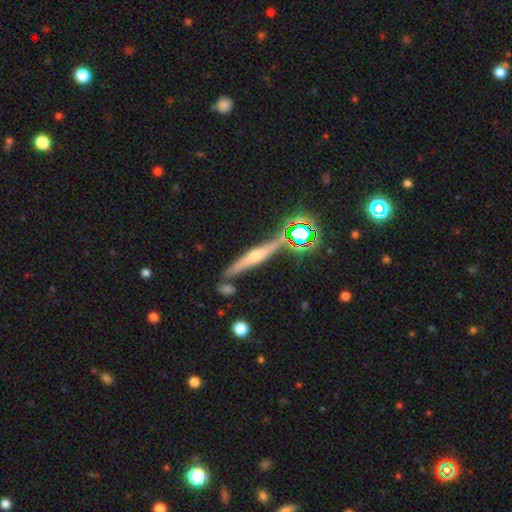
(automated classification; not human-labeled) smooth_or_featured: featured or disk (p=0.60) [alt: smooth p=0.24]
disk_edge_on: yes (p=0.95) [alt: no p=0.05]
edge_on_bulge: rounded (p=0.82) [alt: none p=0.10]
merging: none (p=0.81) [alt: minor disturbance p=0.10]